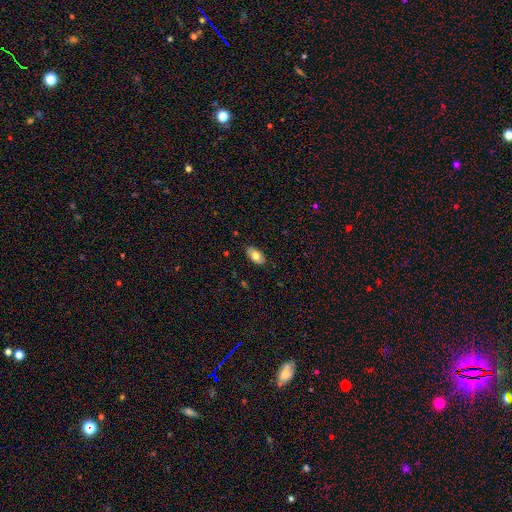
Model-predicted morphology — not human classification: Smooth or featured: smooth — 74% (featured or disk — 20%)
How rounded: in between — 94% (round — 5%)
Merging: none — 85% (minor disturbance — 12%)